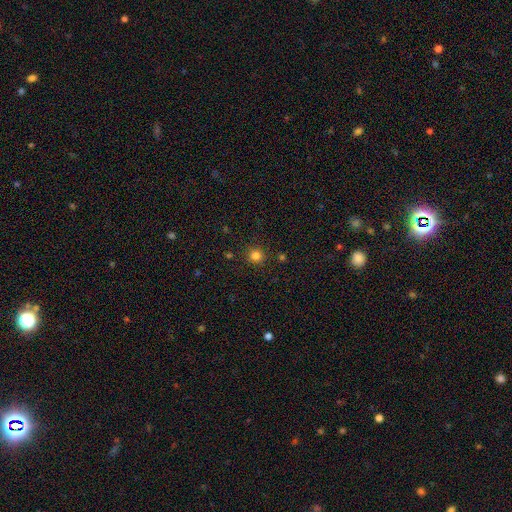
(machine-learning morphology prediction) smooth 82%, star or artifact 14%, featured or disk 4%. Down the decision tree: how rounded — round (93%); merging — none (90%).